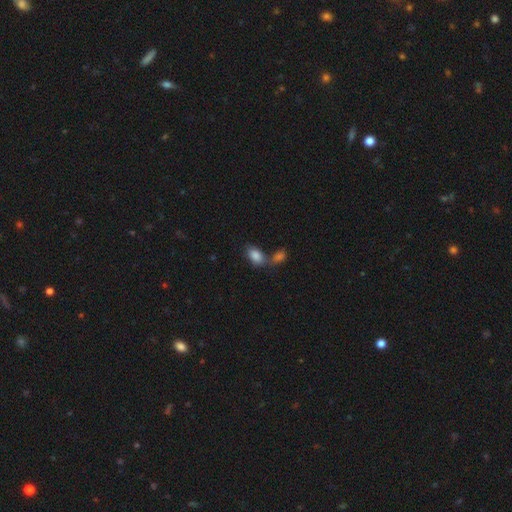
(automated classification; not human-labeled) A smooth galaxy with no disk features (84%) that is in between round and cigar-shaped (91%). Merging: merger (48%).